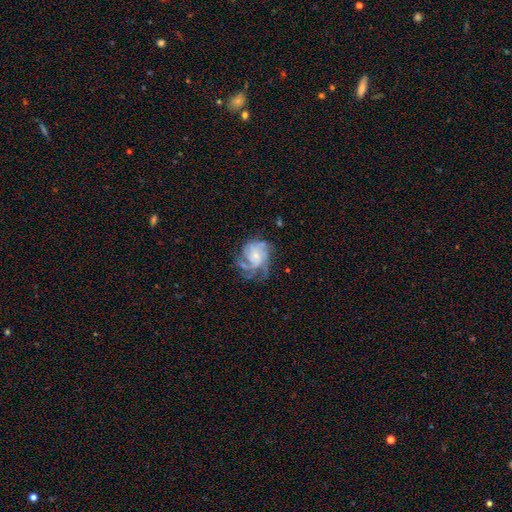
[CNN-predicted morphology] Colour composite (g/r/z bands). It shows a featured or disk galaxy (79%) with no bar (73%), 4 (28%) tight (49%) spiral arms (93%) and a small central bulge (66%). Merging: none (52%).